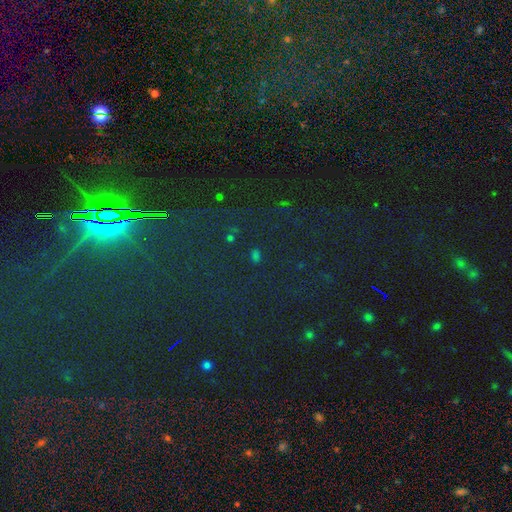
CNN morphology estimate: A star or artifact, not a galaxy (63%).

Vote fractions:
- Smooth or featured? star or artifact: 63% / smooth: 29% / featured or disk: 8%